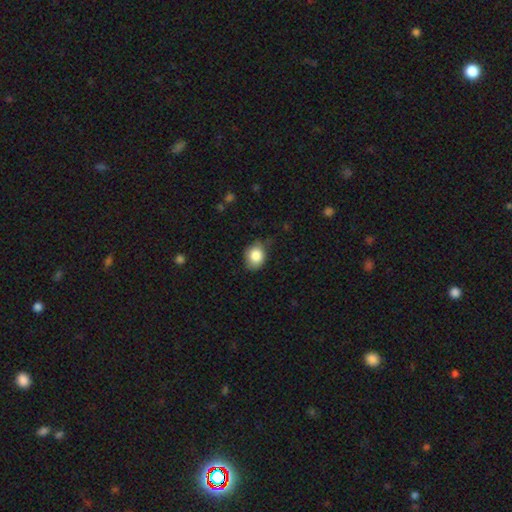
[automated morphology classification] A smooth galaxy with no disk features (85%) that is round (50%).

Vote fractions:
- Smooth or featured? smooth: 85% / star or artifact: 8% / featured or disk: 7%
- How rounded? round: 50% / in between: 49% / cigar-shaped: 1%
- Merging? none: 68% / minor disturbance: 26% / major disturbance: 5% / merger: 1%